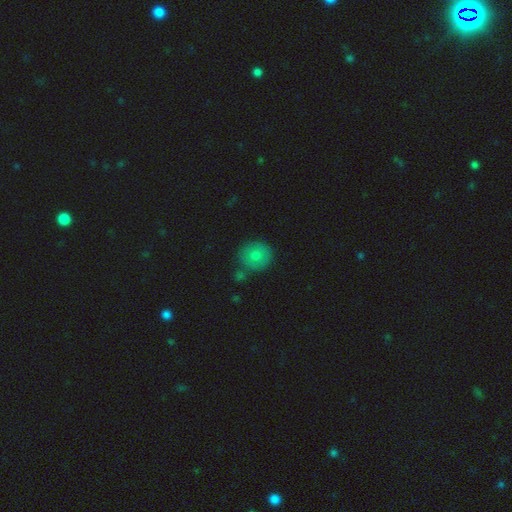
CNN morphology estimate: type=smooth (77%); roundness=round (89%); merging=none (73%).